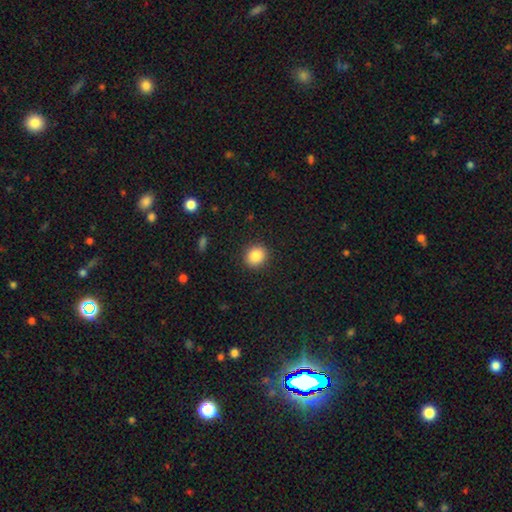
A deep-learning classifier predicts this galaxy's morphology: This appears to be a smooth galaxy with no disk features (86%) that is round (77%). Merging: none (90%).